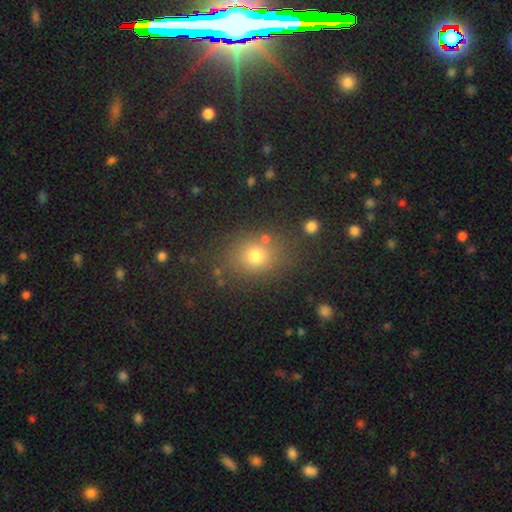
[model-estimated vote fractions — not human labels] This appears to be a smooth galaxy with no disk features (73%) that is round (64%). Merging: none (79%).